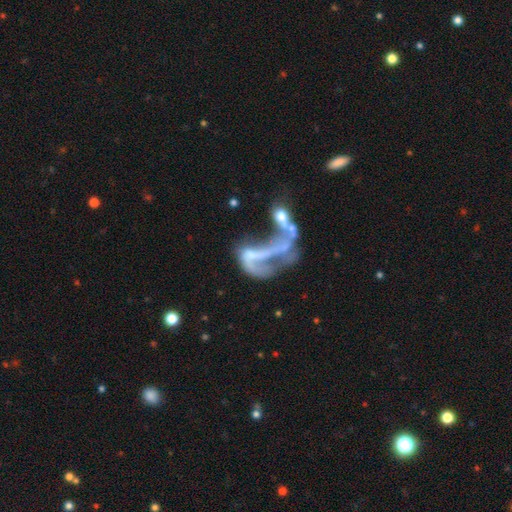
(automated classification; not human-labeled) This appears to be a featured or disk galaxy (69%) with no bar (59%), no spiral arms (54%) and no central bulge (63%). Merging: merger (42%).